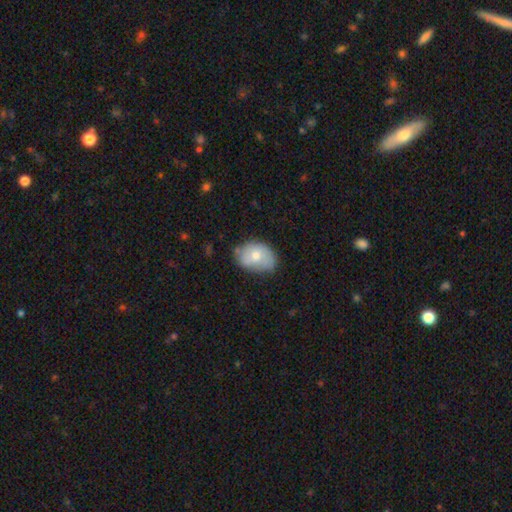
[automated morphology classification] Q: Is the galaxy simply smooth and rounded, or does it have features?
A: smooth — 67%.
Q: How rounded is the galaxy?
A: in between — 71%.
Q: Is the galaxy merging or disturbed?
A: none — 56%.